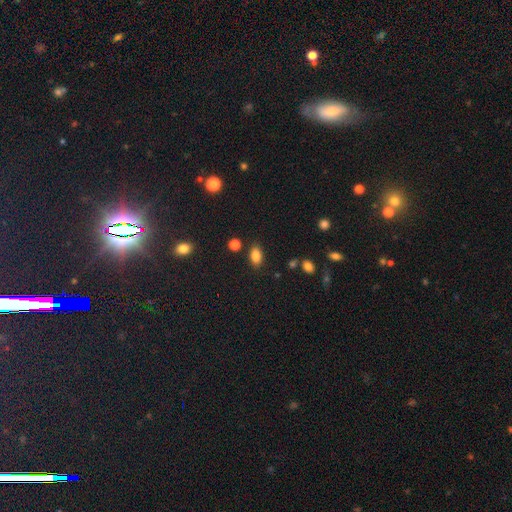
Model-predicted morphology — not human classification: Smooth or featured? Predicted: smooth (p=0.85). How rounded? Predicted: in between (p=0.87). Merging? Predicted: none (p=0.82).